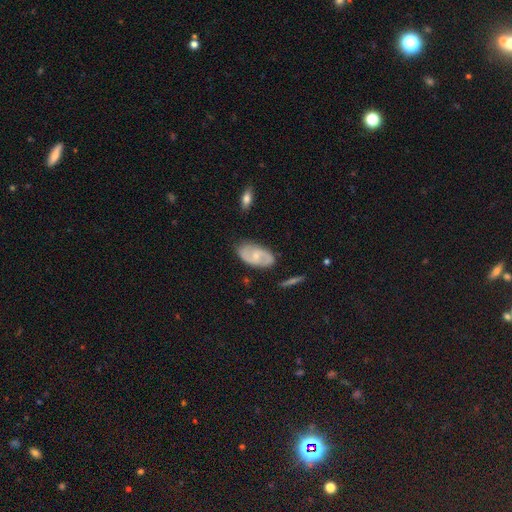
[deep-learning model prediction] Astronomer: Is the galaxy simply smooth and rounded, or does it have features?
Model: featured or disk — 67%.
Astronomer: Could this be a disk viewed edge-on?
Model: no — 95%.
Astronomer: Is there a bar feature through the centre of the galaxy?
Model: no — 54% (runner-up: weak, 38%).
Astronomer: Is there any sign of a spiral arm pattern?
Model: yes — 86%.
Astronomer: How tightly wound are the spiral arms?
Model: medium — 45% (runner-up: loose, 28%).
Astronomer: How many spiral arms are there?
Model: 2 — 85%.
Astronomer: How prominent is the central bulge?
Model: small — 60%.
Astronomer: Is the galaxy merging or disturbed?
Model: none — 79%.